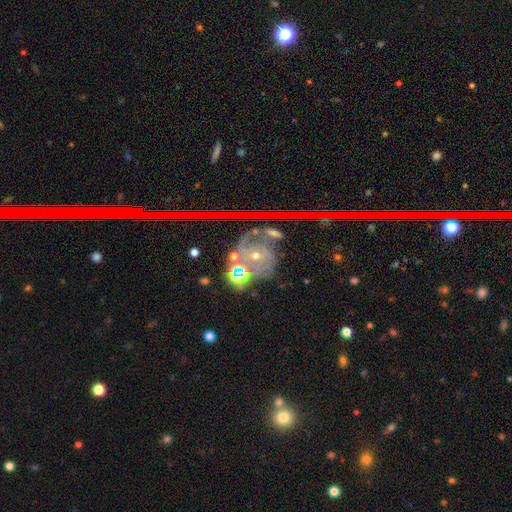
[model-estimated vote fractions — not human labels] This appears to be a star or artifact, not a galaxy (75%).